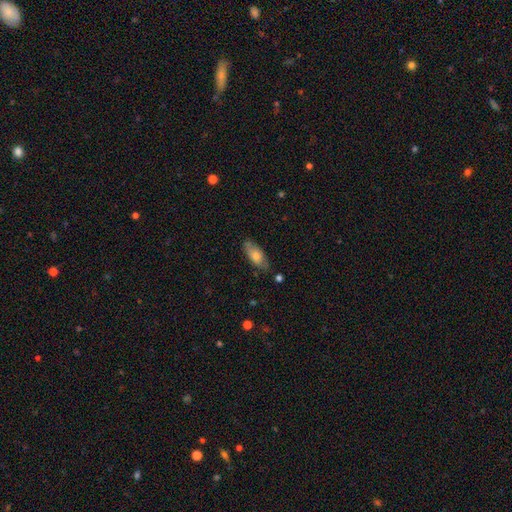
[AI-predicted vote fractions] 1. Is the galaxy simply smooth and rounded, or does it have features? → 69% smooth, 25% featured or disk, 7% star or artifact.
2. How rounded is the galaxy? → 82% in between, 15% cigar-shaped, 3% round.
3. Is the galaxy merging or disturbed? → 75% none, 19% minor disturbance, 4% major disturbance, 2% merger.